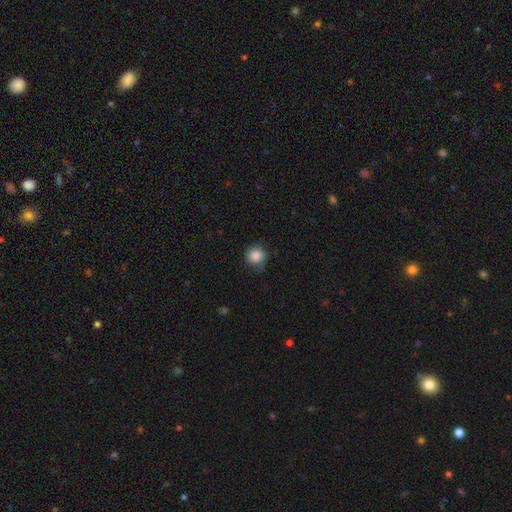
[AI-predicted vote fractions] A smooth galaxy with no disk features (85%) that is round (92%). Merging: none (71%).